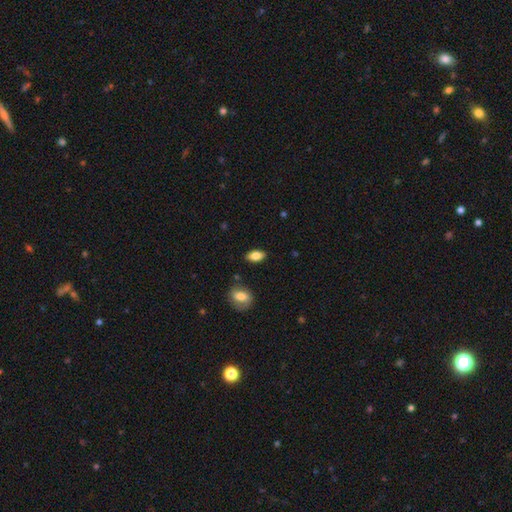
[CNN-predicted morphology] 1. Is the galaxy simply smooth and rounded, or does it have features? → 80% smooth, 12% featured or disk, 7% star or artifact.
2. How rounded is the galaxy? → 89% in between, 6% cigar-shaped, 5% round.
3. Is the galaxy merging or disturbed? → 86% none, 10% minor disturbance, 2% major disturbance, 2% merger.